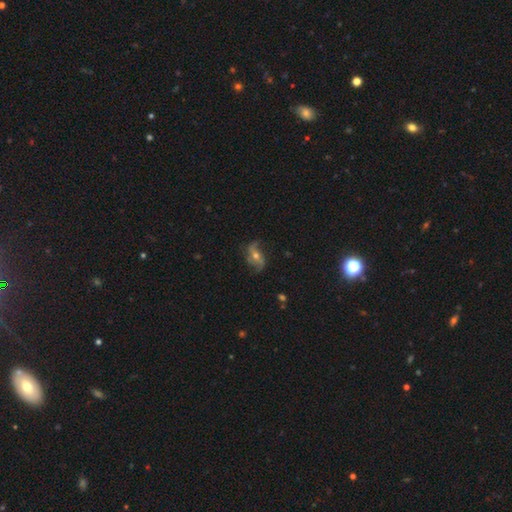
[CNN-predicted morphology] This appears to be a featured or disk galaxy (73%) with no bar (55%), 2 (81%) loose (70%) spiral arms (90%) and a moderate central bulge (60%). Merging: none (69%).